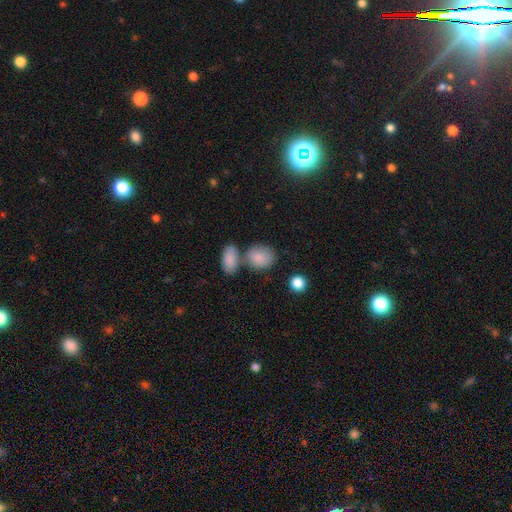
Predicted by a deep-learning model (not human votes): Smooth or featured?
  - star or artifact: 46% *
  - smooth: 38%
  - featured or disk: 16%